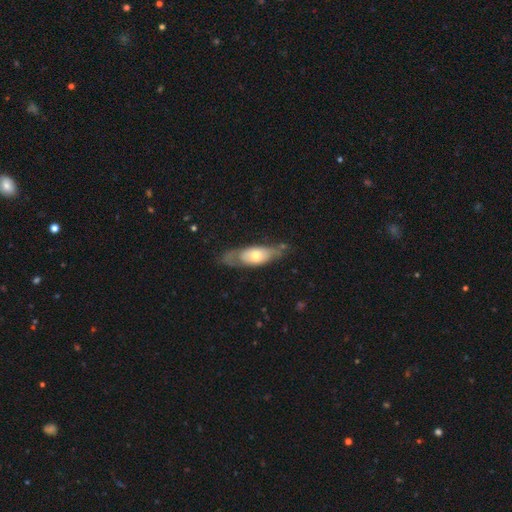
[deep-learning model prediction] Smooth or featured? featured or disk (48%)
Merging? none (57%)